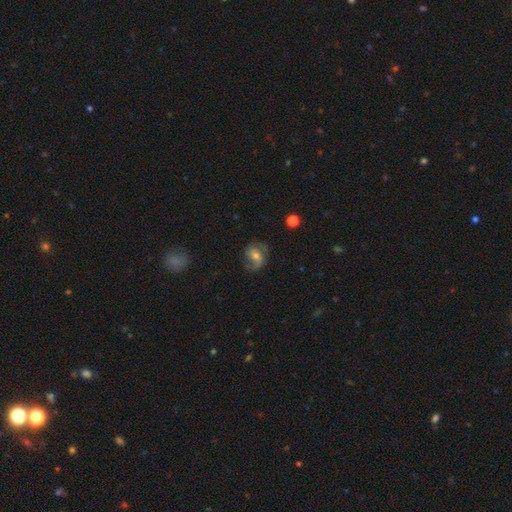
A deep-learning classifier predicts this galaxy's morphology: Smooth or featured?
  - featured or disk: 64% *
  - smooth: 27%
  - star or artifact: 9%
Edge-on disk?
  - no: 97% *
  - yes: 3%
Bar?
  - no: 45% *
  - weak: 39%
  - strong: 16%
Spiral arms?
  - yes: 87% *
  - no: 13%
Spiral winding?
  - medium: 45% *
  - loose: 34%
  - tight: 20%
Spiral arm count?
  - 2: 75% *
  - 1: 11%
  - can't tell: 10%
  - 3: 2%
  - 4: 1%
  - more than 4: 1%
Bulge size?
  - moderate: 53% *
  - small: 41%
  - large: 3%
  - none: 2%
  - dominant: 1%
Merging?
  - none: 62% *
  - minor disturbance: 22%
  - major disturbance: 14%
  - merger: 2%